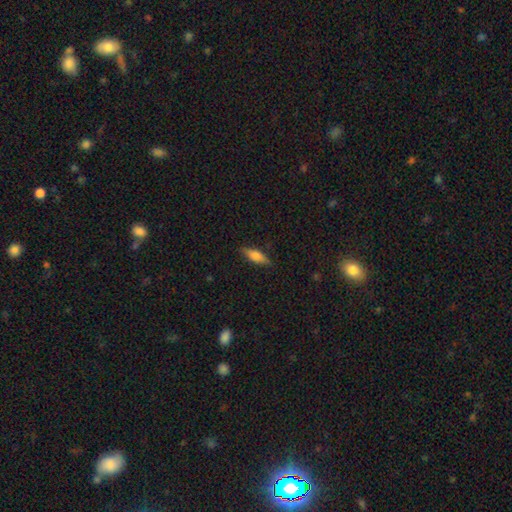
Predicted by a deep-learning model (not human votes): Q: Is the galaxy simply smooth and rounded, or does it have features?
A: smooth — 66%.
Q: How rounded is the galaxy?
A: in between — 49%.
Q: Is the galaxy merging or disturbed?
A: none — 85%.